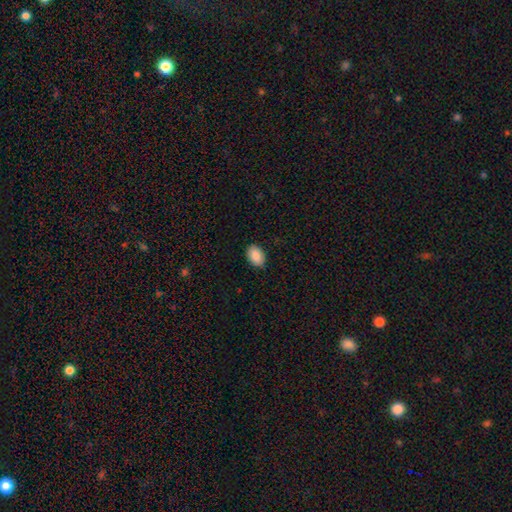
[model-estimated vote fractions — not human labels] This appears to be a smooth galaxy with no disk features (90%) that is in between round and cigar-shaped (88%). Merging: none (89%).